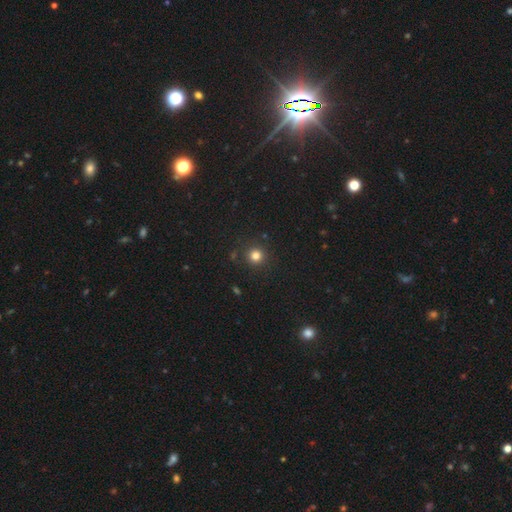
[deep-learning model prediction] Q: Smooth or featured?
A: smooth (80%); runner-up: star or artifact (15%)
Q: How rounded?
A: round (94%); runner-up: in between (5%)
Q: Merging?
A: none (89%); runner-up: minor disturbance (7%)